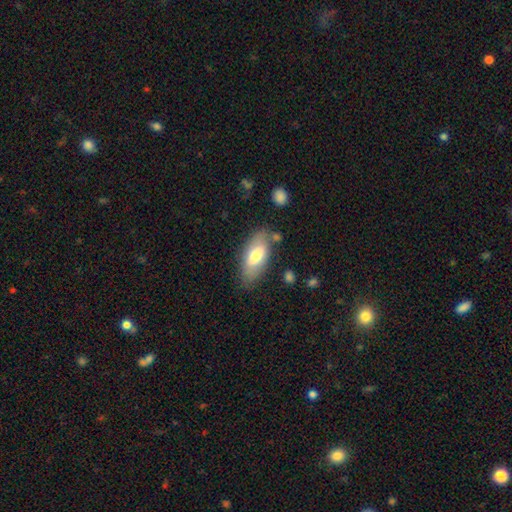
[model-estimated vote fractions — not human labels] Smooth or featured? smooth (66%)
How rounded? in between (85%)
Merging? none (75%)